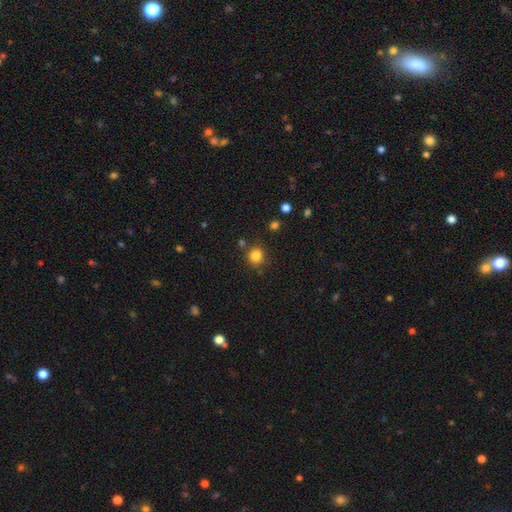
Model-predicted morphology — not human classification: type=smooth (84%); roundness=round (85%); merging=none (79%).